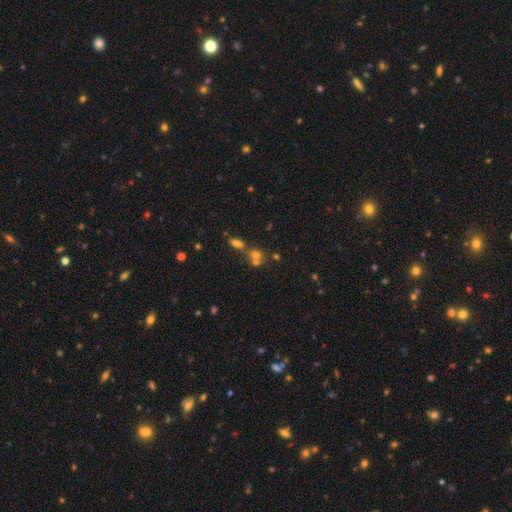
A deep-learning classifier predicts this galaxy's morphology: Overall: smooth (55%; star or artifact 28%). How rounded: round (72%). Merging: merger (46%; none 41%).